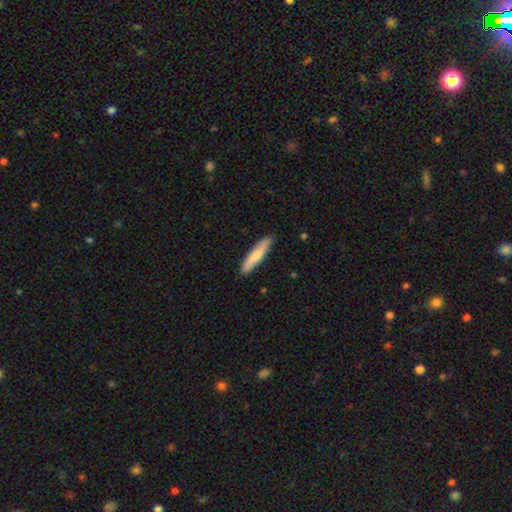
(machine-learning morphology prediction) smooth-or-featured: smooth: 78% | featured or disk: 17% | star or artifact: 5%
  how-rounded: cigar-shaped: 86% | in between: 12% | round: 1%
  merging: none: 89% | minor disturbance: 9% | major disturbance: 1% | merger: 1%